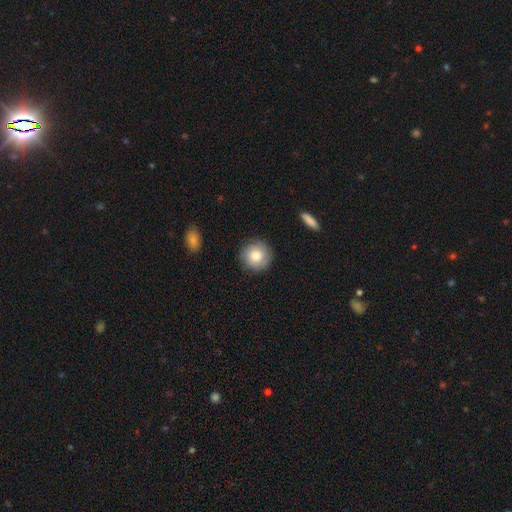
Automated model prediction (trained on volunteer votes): Q: Smooth or featured?
A: smooth (79%); runner-up: featured or disk (14%)
Q: How rounded?
A: round (93%); runner-up: in between (6%)
Q: Merging?
A: none (87%); runner-up: minor disturbance (9%)